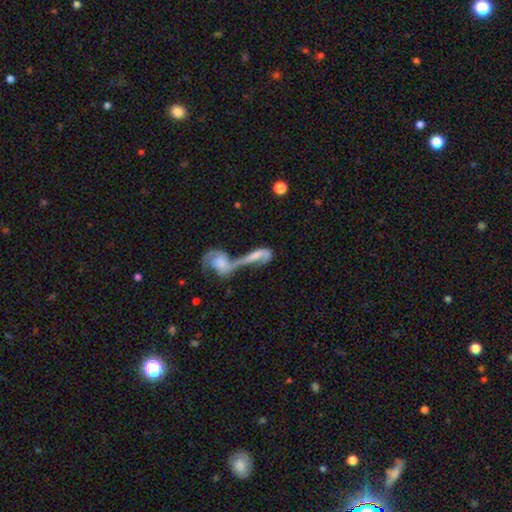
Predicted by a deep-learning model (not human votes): Q: Smooth or featured?
A: featured or disk (61%); runner-up: smooth (30%)
Q: Edge-on disk?
A: no (83%); runner-up: yes (17%)
Q: Bar?
A: no (59%); runner-up: weak (27%)
Q: Spiral arms?
A: yes (72%); runner-up: no (28%)
Q: Bulge size?
A: none (36%); runner-up: moderate (27%)
Q: Merging?
A: merger (76%); runner-up: none (10%)